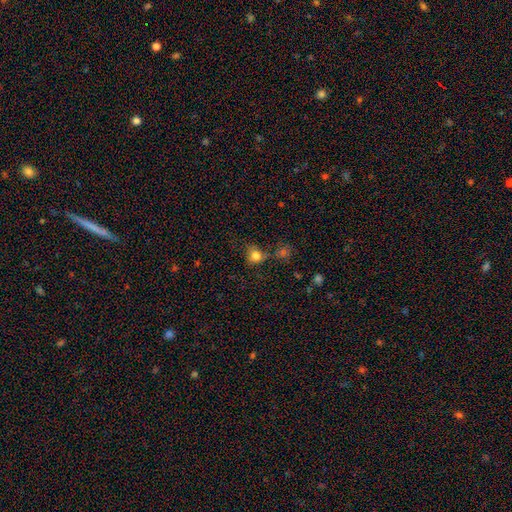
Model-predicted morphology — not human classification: Smooth or featured?
  - smooth: 78% *
  - star or artifact: 13%
  - featured or disk: 8%
How rounded?
  - round: 76% *
  - in between: 22%
  - cigar-shaped: 1%
Merging?
  - none: 57% *
  - minor disturbance: 19%
  - merger: 15%
  - major disturbance: 9%